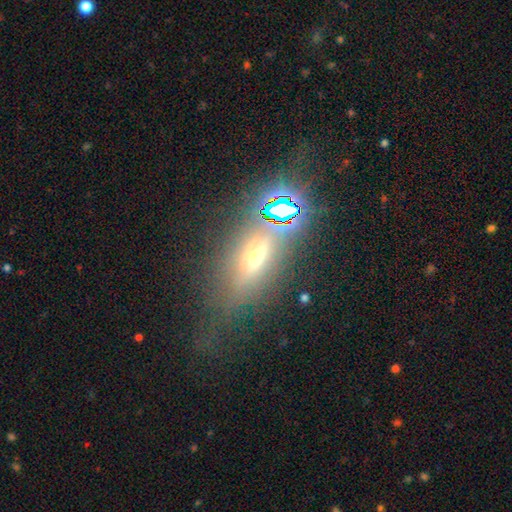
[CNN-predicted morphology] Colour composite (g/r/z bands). It shows a featured or disk galaxy (36%). Merging: none (65%).